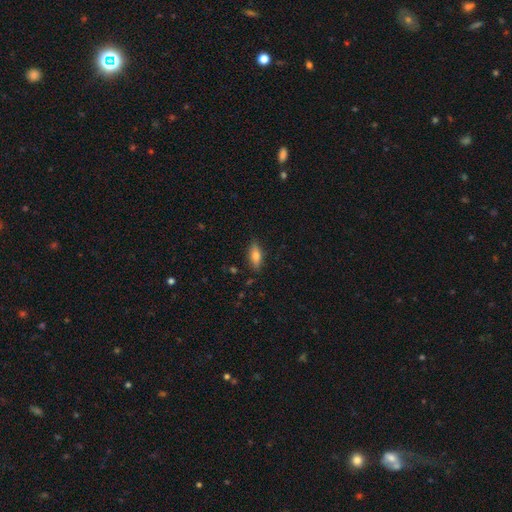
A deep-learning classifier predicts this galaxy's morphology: Smooth or featured?
  - smooth: 76% *
  - featured or disk: 17%
  - star or artifact: 8%
How rounded?
  - in between: 74% *
  - cigar-shaped: 23%
  - round: 3%
Merging?
  - none: 84% *
  - minor disturbance: 12%
  - major disturbance: 2%
  - merger: 1%